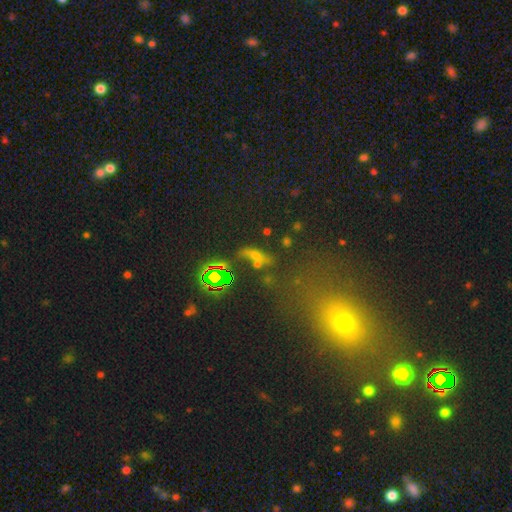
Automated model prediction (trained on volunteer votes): This is marginally a star or artifact rather than a galaxy (41%).